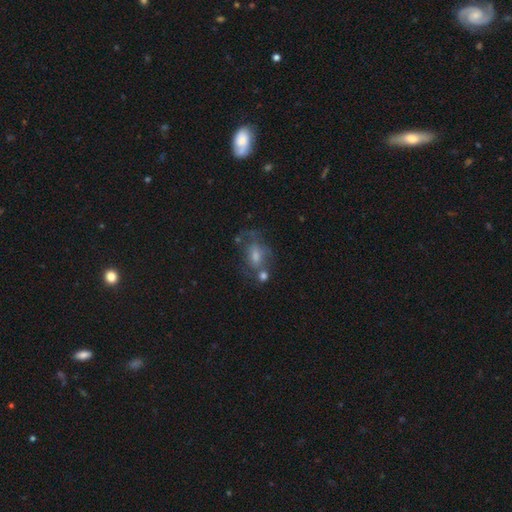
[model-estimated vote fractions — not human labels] Smooth or featured: featured or disk — 50% (smooth — 32%)
Merging: none — 47% (minor disturbance — 19%)